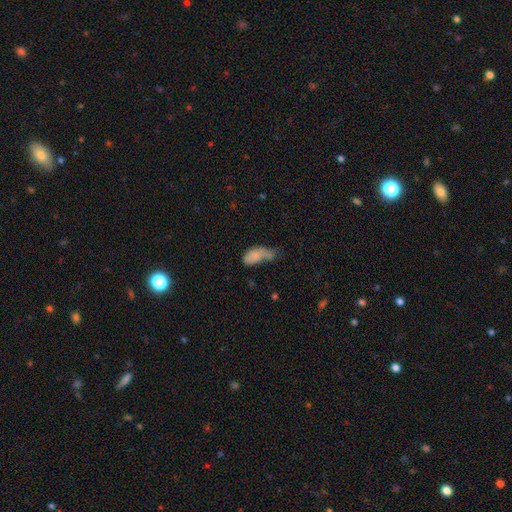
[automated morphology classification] Smooth or featured: smooth — 73% (featured or disk — 17%)
How rounded: in between — 90% (round — 5%)
Merging: major disturbance — 35% (minor disturbance — 28%)